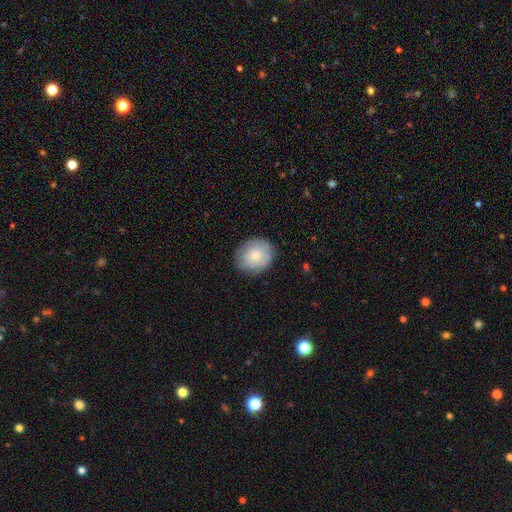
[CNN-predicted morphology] Smooth or featured? smooth (78%)
How rounded? round (72%)
Merging? none (82%)